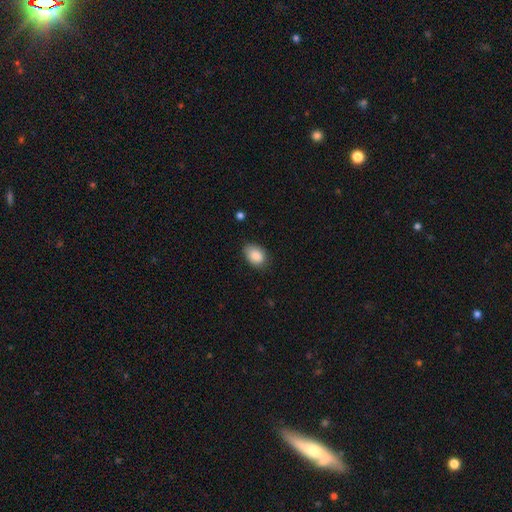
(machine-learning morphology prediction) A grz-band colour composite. It shows a smooth galaxy with no disk features (88%) that is in between round and cigar-shaped (83%). Merging: none (76%).